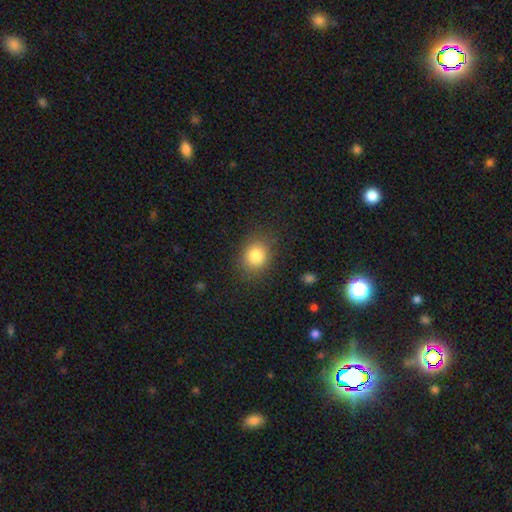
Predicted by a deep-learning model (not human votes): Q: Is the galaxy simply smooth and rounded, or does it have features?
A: smooth — 83%.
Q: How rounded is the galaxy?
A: round — 62%.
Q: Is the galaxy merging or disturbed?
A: none — 83%.